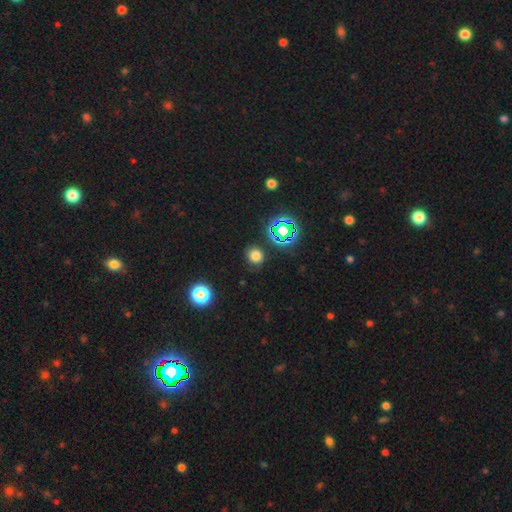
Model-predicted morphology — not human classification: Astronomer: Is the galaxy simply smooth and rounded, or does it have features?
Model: smooth — 70%.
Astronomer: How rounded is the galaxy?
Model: round — 81%.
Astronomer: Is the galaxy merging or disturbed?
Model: none — 85%.